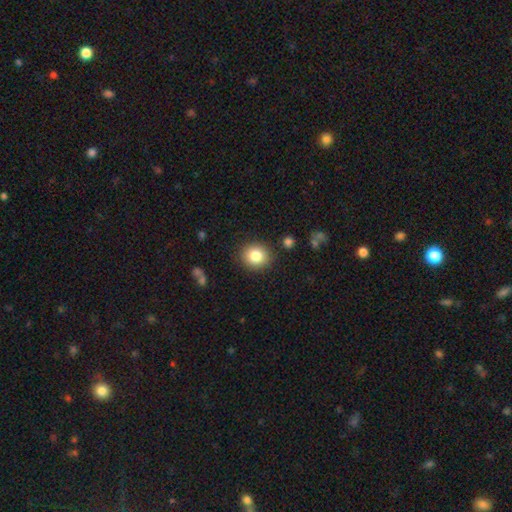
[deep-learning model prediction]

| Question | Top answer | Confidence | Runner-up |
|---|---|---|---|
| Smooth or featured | smooth | 83% | star or artifact (9%) |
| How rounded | round | 83% | in between (16%) |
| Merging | none | 89% | minor disturbance (7%) |